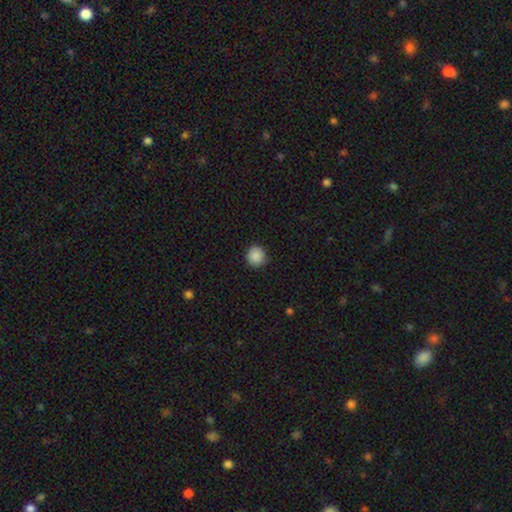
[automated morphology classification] The model was most divided on "smooth or featured": smooth: 88%, star or artifact: 9%, featured or disk: 3%. More confident: how rounded — round (92%); merging — none (90%).